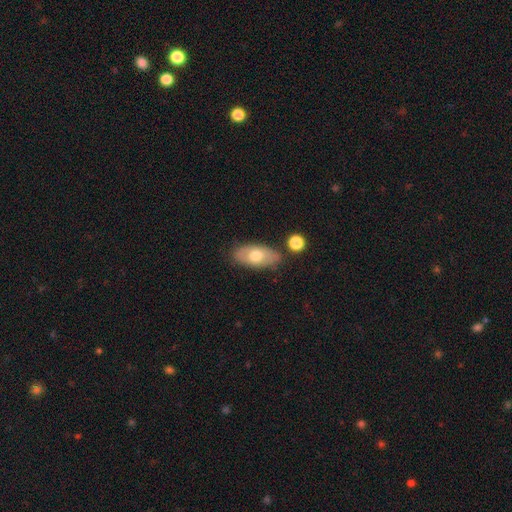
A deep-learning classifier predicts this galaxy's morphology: Overall: smooth (63%; featured or disk 30%). How rounded: in between (91%). Merging: none (77%).